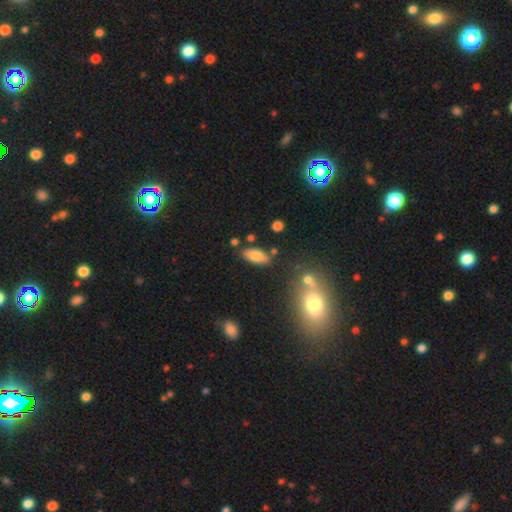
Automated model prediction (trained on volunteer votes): smooth-or-featured: smooth: 79% | featured or disk: 13% | star or artifact: 8%
  how-rounded: in between: 85% | cigar-shaped: 12% | round: 3%
  merging: none: 80% | minor disturbance: 12% | merger: 5% | major disturbance: 3%